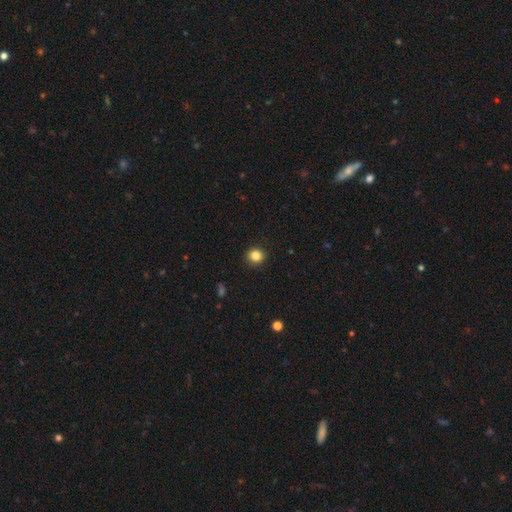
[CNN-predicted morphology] Smooth or featured?
  - smooth: 85% *
  - star or artifact: 11%
  - featured or disk: 4%
How rounded?
  - round: 88% *
  - in between: 11%
  - cigar-shaped: 1%
Merging?
  - none: 92% *
  - minor disturbance: 5%
  - major disturbance: 2%
  - merger: 1%